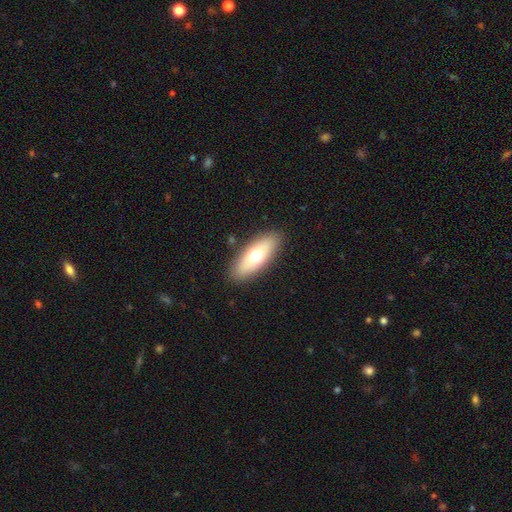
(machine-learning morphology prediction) Overall: smooth (65%; featured or disk 28%). How rounded: in between (72%). Merging: none (88%).